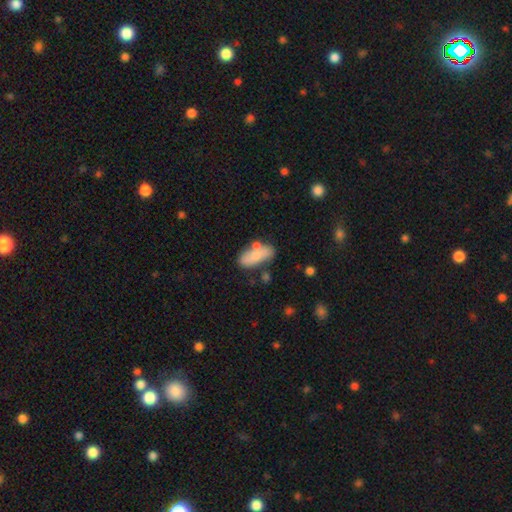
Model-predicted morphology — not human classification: Smooth or featured: smooth — 74% (featured or disk — 20%)
How rounded: in between — 78% (cigar-shaped — 19%)
Merging: none — 57% (minor disturbance — 19%)